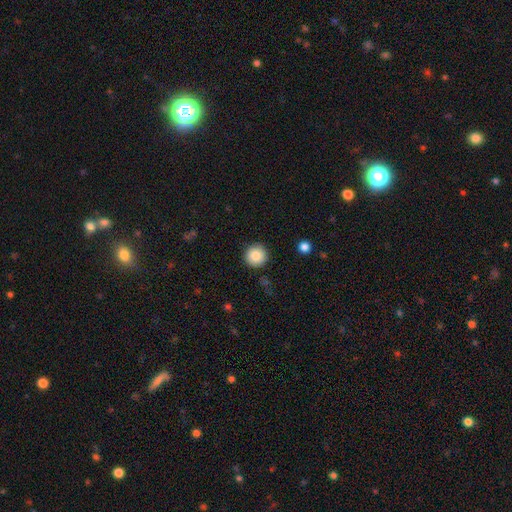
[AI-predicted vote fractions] Smooth or featured?
  - smooth: 86% *
  - star or artifact: 9%
  - featured or disk: 5%
How rounded?
  - round: 95% *
  - in between: 4%
  - cigar-shaped: 1%
Merging?
  - none: 91% *
  - minor disturbance: 6%
  - major disturbance: 2%
  - merger: 1%